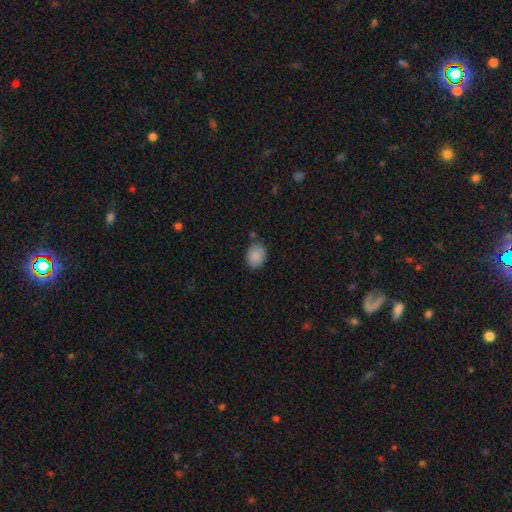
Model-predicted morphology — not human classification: Smooth or featured?
  - smooth: 89% *
  - star or artifact: 7%
  - featured or disk: 4%
How rounded?
  - in between: 60% *
  - round: 39%
  - cigar-shaped: 1%
Merging?
  - none: 77% *
  - minor disturbance: 16%
  - merger: 4%
  - major disturbance: 3%